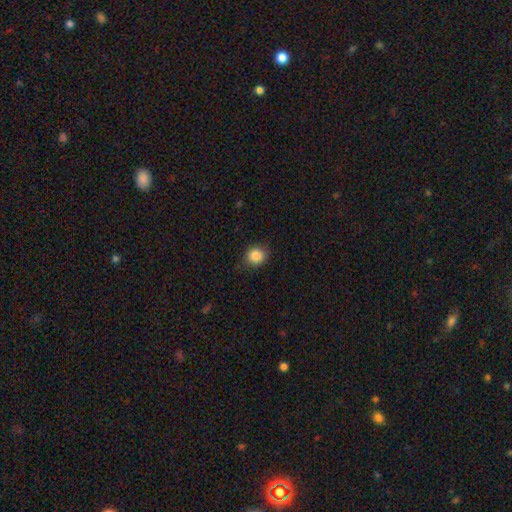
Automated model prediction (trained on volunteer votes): The model was most divided on "how rounded": round: 81%, in between: 18%, cigar-shaped: 1%. More confident: smooth or featured — smooth (85%); merging — none (84%).